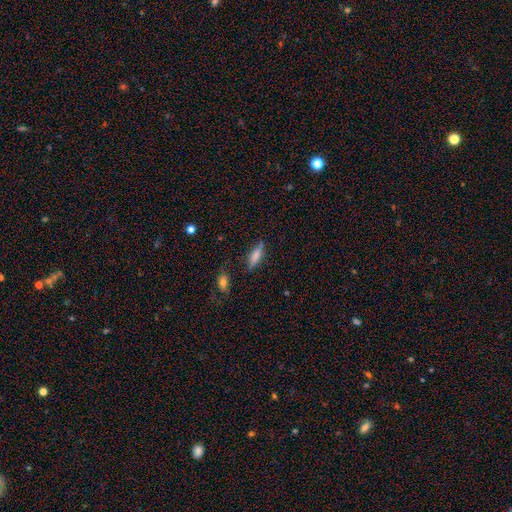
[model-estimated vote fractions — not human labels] Smooth or featured? smooth (72%)
How rounded? cigar-shaped (55%)
Merging? none (75%)